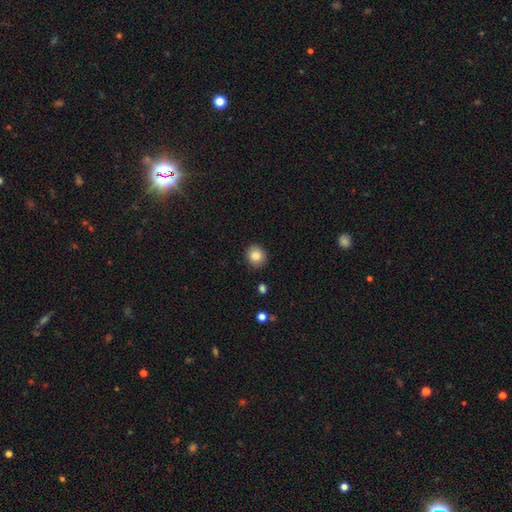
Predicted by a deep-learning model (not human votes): Smooth or featured: smooth — 86% (star or artifact — 9%)
How rounded: round — 79% (in between — 20%)
Merging: none — 87% (minor disturbance — 9%)